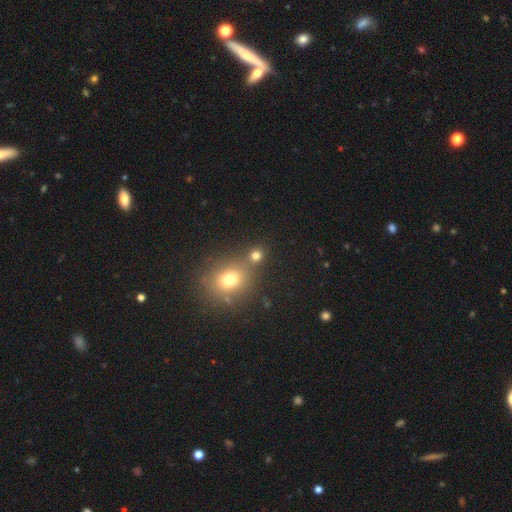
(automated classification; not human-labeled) Overall: smooth (74%). How rounded: round (83%). Merging: none (63%; merger 26%).